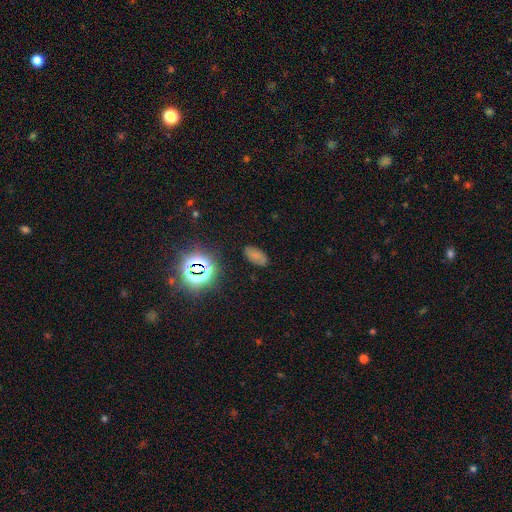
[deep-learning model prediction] Smooth or featured? smooth (64%)
How rounded? in between (92%)
Merging? none (82%)